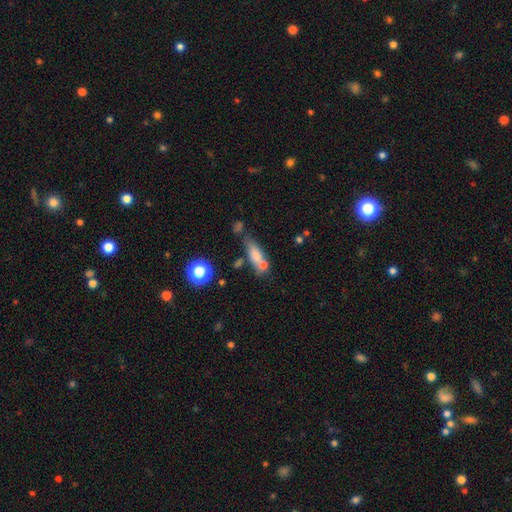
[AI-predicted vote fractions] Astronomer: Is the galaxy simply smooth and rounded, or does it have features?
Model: smooth — 70%.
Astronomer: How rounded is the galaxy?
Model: in between — 55% (runner-up: cigar-shaped, 39%).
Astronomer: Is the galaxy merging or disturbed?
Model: none — 42% (runner-up: merger, 29%).